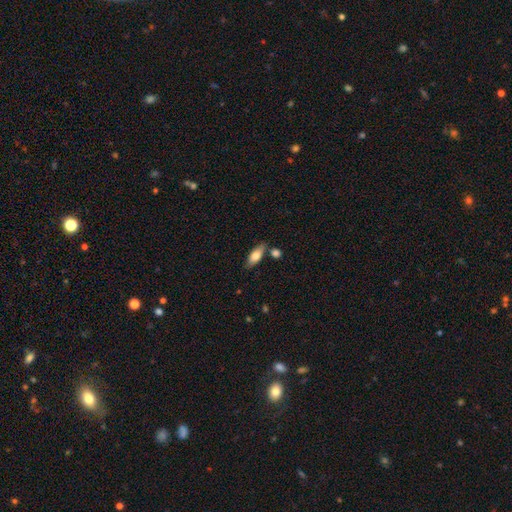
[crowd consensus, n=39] A smooth galaxy with no disk features (69%) that is in between round and cigar-shaped (93%). Merging: none (62%).